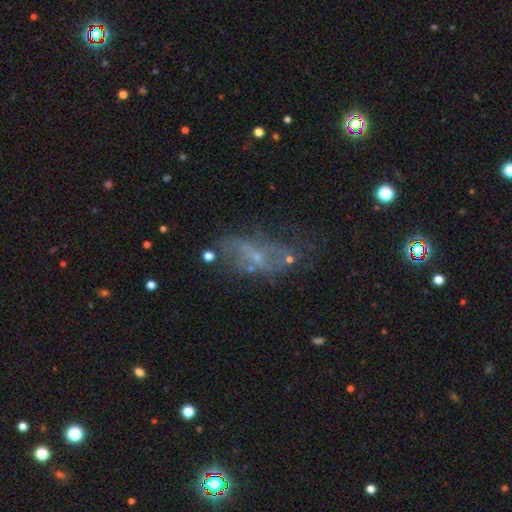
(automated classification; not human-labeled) Smooth or featured? featured or disk (51%)
Edge-on disk? no (87%)
Merging? none (43%)